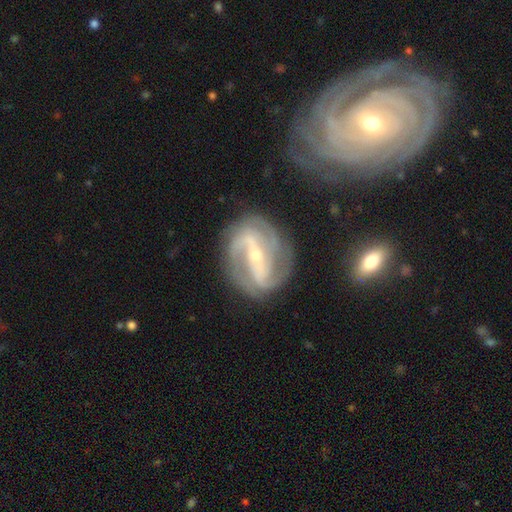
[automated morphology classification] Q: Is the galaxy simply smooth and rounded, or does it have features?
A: featured or disk — 89%.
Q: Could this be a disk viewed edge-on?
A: no — 96%.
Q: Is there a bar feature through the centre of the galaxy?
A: strong — 68%.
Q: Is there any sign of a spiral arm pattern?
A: yes — 96%.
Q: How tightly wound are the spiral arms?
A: medium — 44%.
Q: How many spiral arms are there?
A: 2 — 57%.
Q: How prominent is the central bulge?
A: small — 65%.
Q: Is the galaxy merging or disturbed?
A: none — 76%.